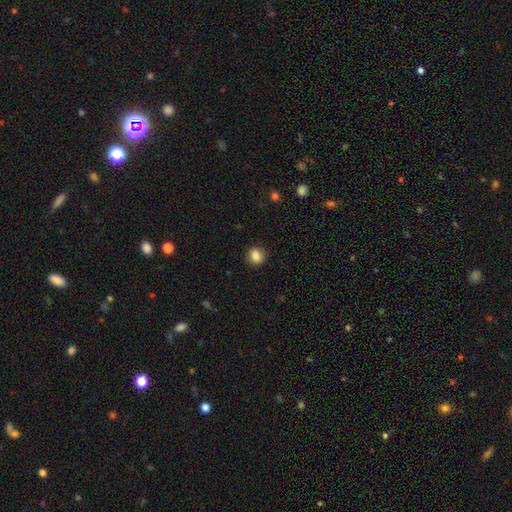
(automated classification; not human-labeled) Smooth or featured? smooth (85%)
How rounded? round (71%)
Merging? none (89%)